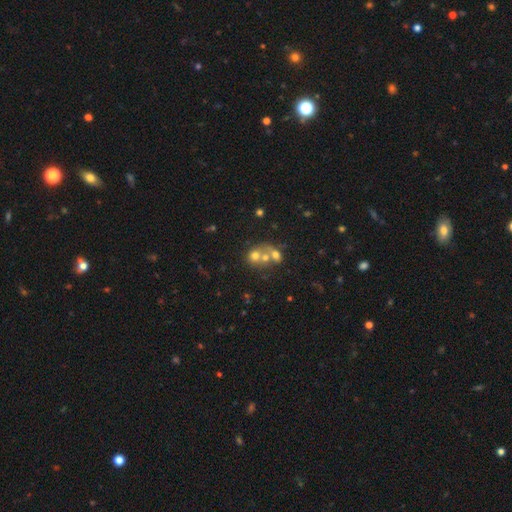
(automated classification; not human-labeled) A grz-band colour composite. It shows a smooth galaxy with no disk features (56%) that is round (67%). Merging: merger (63%).